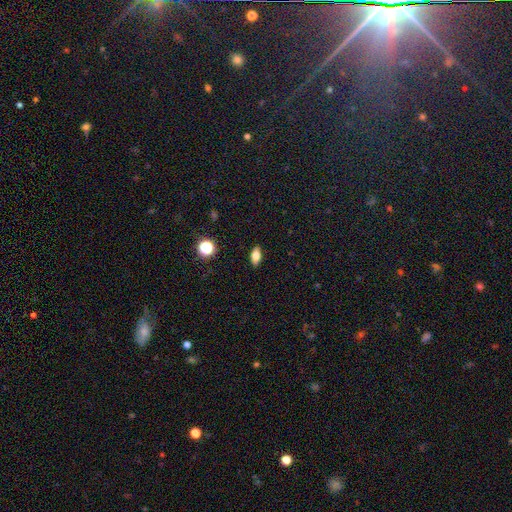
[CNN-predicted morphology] smooth 71%, featured or disk 18%, star or artifact 11%. Down the decision tree: how rounded — in between (82%); merging — none (89%).